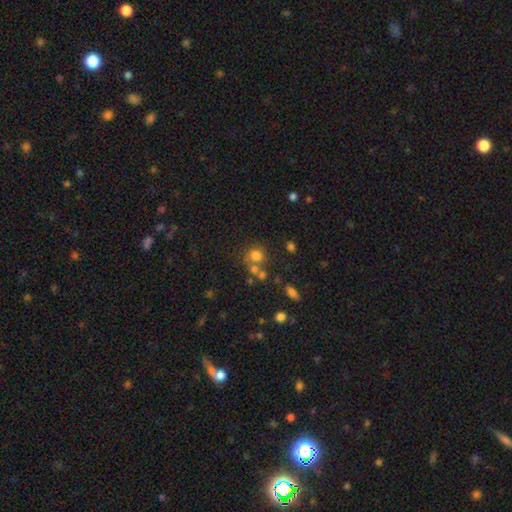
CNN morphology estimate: This is likely a smooth galaxy (68%). How rounded: likely round (72%). Merging: possibly none (49%).